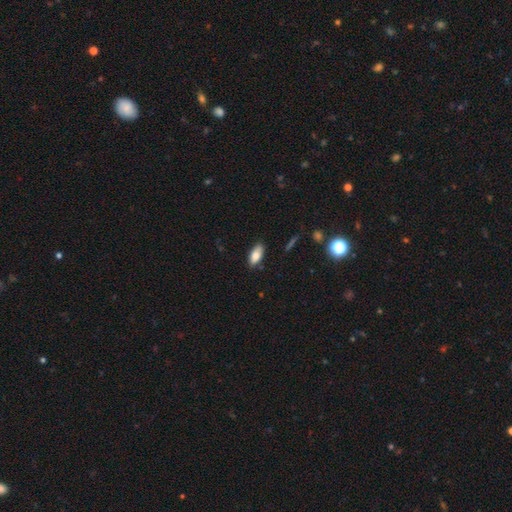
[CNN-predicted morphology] type=smooth (82%); roundness=in between (88%); merging=none (82%).